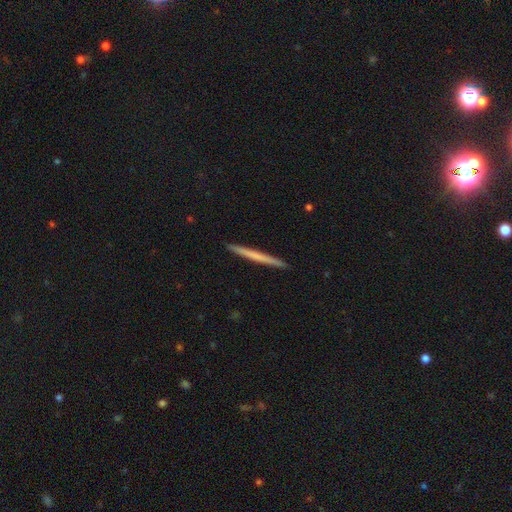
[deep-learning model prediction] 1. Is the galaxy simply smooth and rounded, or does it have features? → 53% smooth, 43% featured or disk, 5% star or artifact.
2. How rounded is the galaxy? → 97% cigar-shaped, 1% in between, 1% round.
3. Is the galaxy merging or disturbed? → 93% none, 5% minor disturbance, 1% major disturbance, 1% merger.